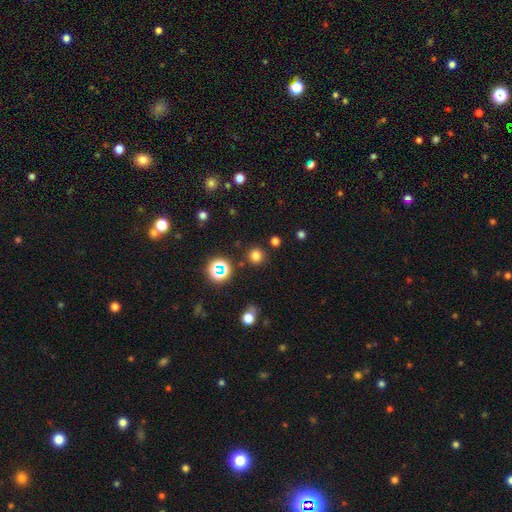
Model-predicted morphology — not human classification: This appears to be a smooth galaxy with no disk features (74%) that is round (93%). Merging: none (88%).